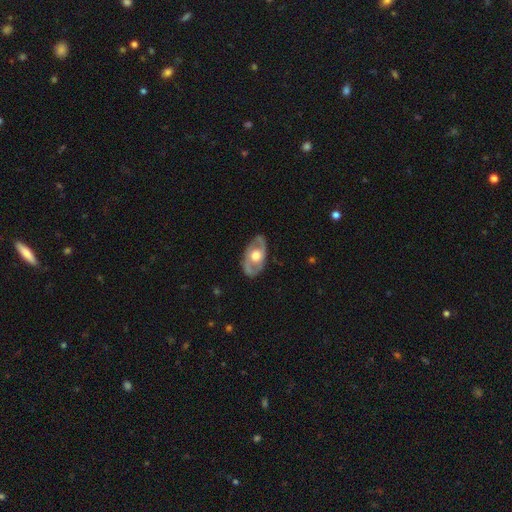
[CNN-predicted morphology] Smooth or featured? Predicted: featured or disk (p=0.68). Edge-on disk? Predicted: no (p=0.87). Bar? Predicted: no (p=0.80). Spiral arms? Predicted: no (p=0.54). Bulge size? Predicted: moderate (p=0.52). Merging? Predicted: none (p=0.80).